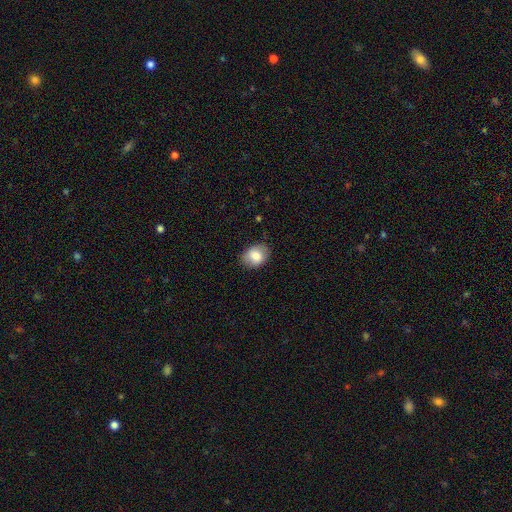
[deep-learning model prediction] Smooth or featured? Predicted: smooth (p=0.81). How rounded? Predicted: in between (p=0.70). Merging? Predicted: none (p=0.83).